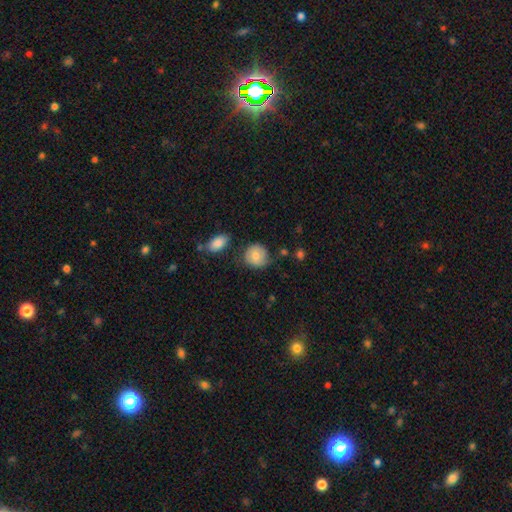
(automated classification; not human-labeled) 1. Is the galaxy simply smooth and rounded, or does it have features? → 75% smooth, 17% featured or disk, 7% star or artifact.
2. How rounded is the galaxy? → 85% round, 14% in between, 1% cigar-shaped.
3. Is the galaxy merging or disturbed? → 63% none, 25% minor disturbance, 7% major disturbance, 4% merger.